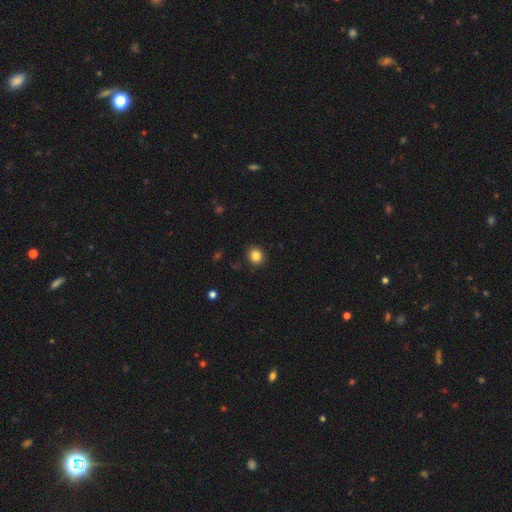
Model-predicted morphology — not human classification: The model was most divided on "how rounded": round: 84%, in between: 15%, cigar-shaped: 1%. More confident: merging — none (91%); smooth or featured — smooth (84%).